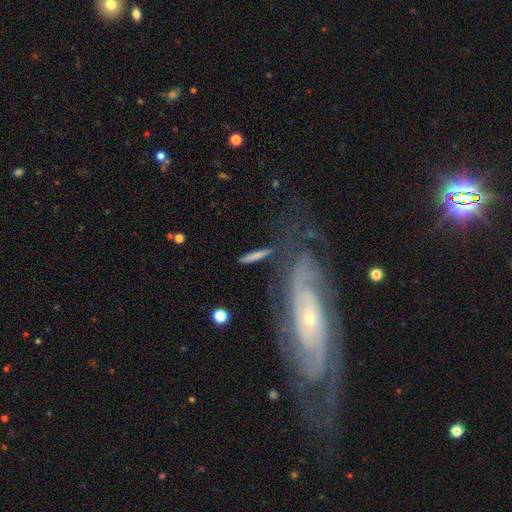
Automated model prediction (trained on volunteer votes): Smooth or featured?
  - smooth: 65% *
  - featured or disk: 27%
  - star or artifact: 8%
How rounded?
  - cigar-shaped: 88% *
  - in between: 9%
  - round: 3%
Merging?
  - none: 77% *
  - minor disturbance: 12%
  - merger: 6%
  - major disturbance: 5%